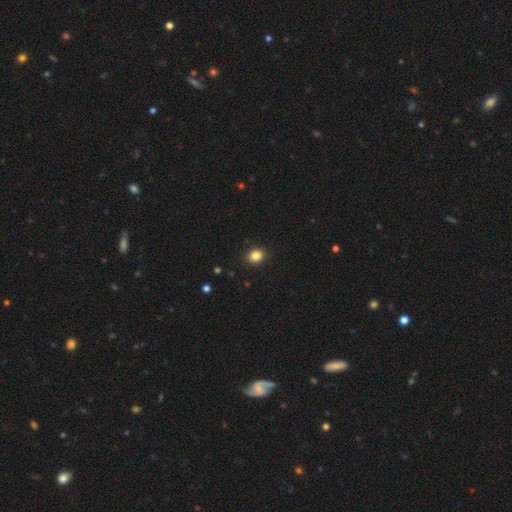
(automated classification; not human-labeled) Morphology: type=smooth (85%); roundness=round (76%); merging=none (91%).